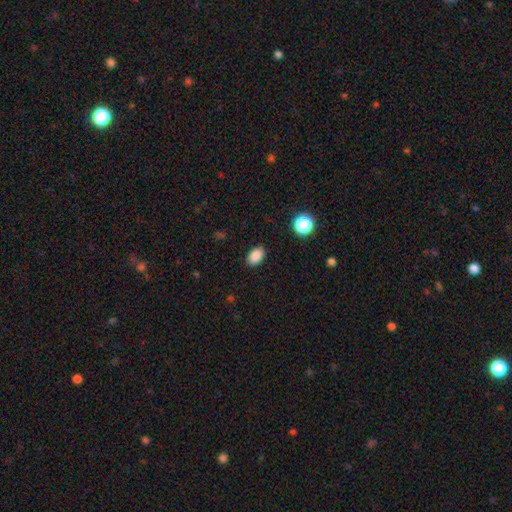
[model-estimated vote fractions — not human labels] Q: Smooth or featured?
A: smooth (87%); runner-up: star or artifact (10%)
Q: How rounded?
A: in between (85%); runner-up: round (13%)
Q: Merging?
A: none (88%); runner-up: minor disturbance (8%)